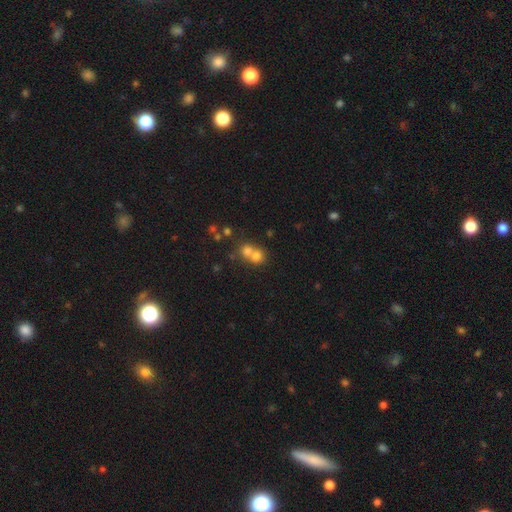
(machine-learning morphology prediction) Q: Smooth or featured?
A: smooth (70%); runner-up: featured or disk (15%)
Q: How rounded?
A: round (81%); runner-up: in between (18%)
Q: Merging?
A: merger (61%); runner-up: none (32%)